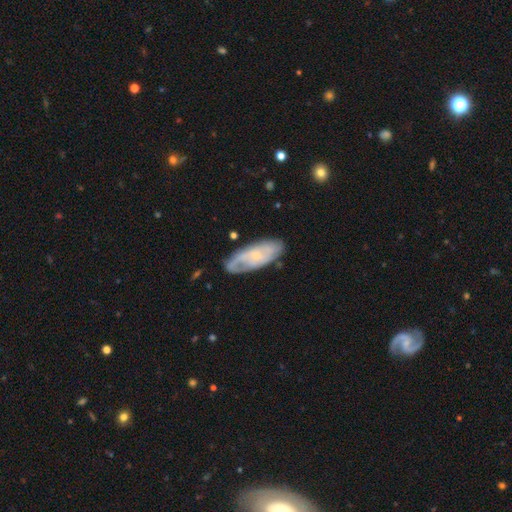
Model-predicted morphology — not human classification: This is likely a featured or disk galaxy (63%). It is clearly not viewed edge-on (88%). Bar: likely no (70%). Spiral arm pattern: likely yes (80%). Central bulge: likely small (73%). Merging: likely none (69%).